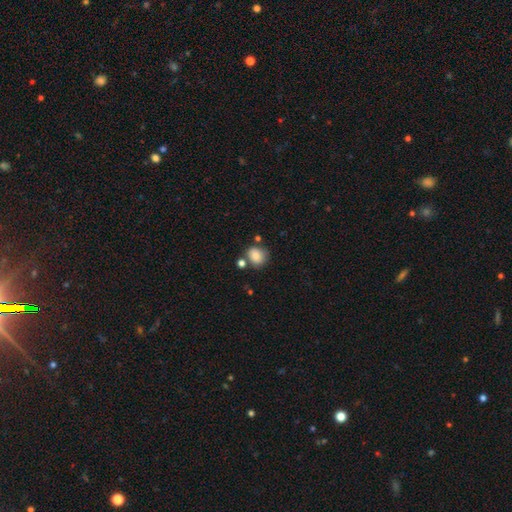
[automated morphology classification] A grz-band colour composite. It shows a smooth galaxy with no disk features (83%) that is round (70%). Merging: none (67%).